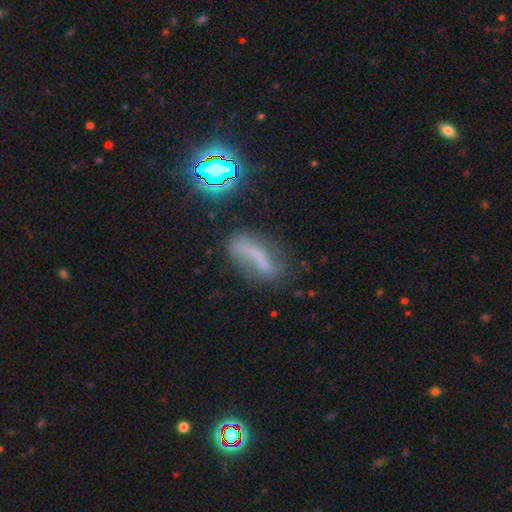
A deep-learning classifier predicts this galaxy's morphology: The model was most divided on "smooth or featured": featured or disk: 44%, smooth: 34%, star or artifact: 22%. Remaining: merging — none (48%).